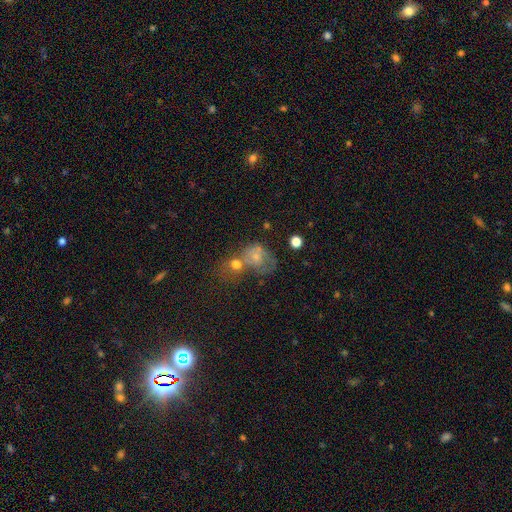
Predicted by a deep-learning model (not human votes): A smooth galaxy with no disk features (54%) that is round (52%). Merging: merger (43%).